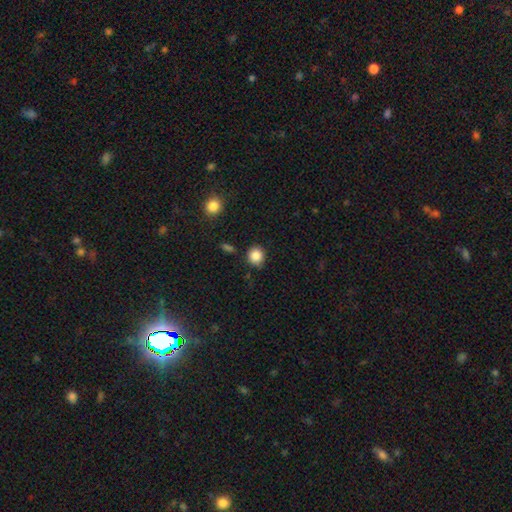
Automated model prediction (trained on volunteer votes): Overall: smooth (87%). How rounded: round (90%). Merging: none (86%).